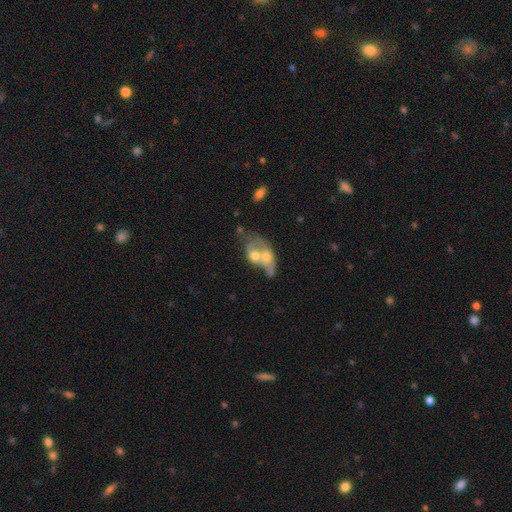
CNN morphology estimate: smooth-or-featured: featured or disk: 49% | smooth: 43% | star or artifact: 9%
  merging: merger: 74% | major disturbance: 10% | none: 9% | minor disturbance: 6%